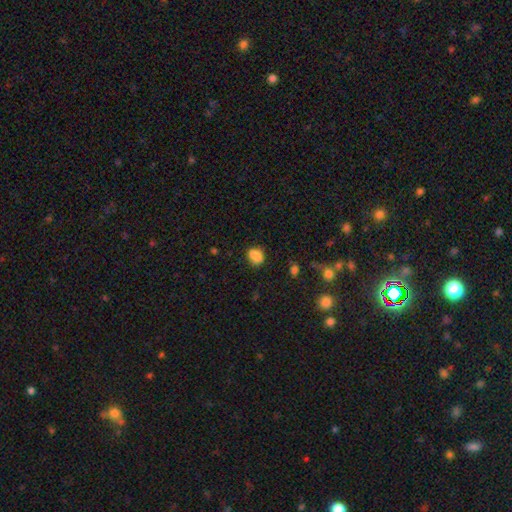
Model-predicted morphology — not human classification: smooth_or_featured: smooth (p=0.79) [alt: star or artifact p=0.11]
how_rounded: in between (p=0.57) [alt: round p=0.41]
merging: none (p=0.54) [alt: minor disturbance p=0.20]